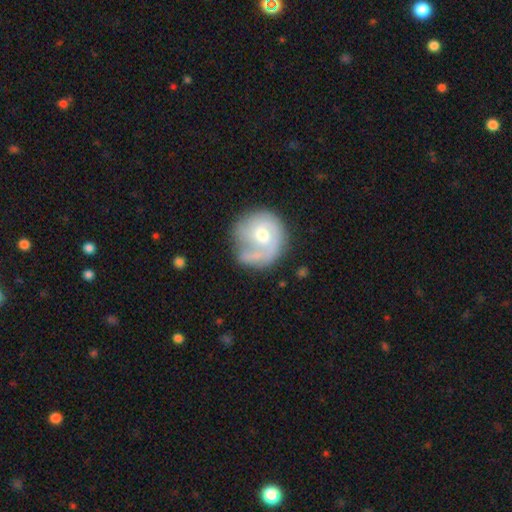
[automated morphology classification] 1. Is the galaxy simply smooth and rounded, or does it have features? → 69% featured or disk, 25% smooth, 6% star or artifact.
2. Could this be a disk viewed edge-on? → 98% no, 2% yes.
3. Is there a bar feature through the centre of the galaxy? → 69% no, 27% weak, 4% strong.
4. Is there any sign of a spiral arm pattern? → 84% yes, 16% no.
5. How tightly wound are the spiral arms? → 49% tight, 34% medium, 17% loose.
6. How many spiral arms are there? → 37% 1, 28% 2, 21% can't tell, 9% 3, 3% 4, 3% more than 4.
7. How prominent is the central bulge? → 66% moderate, 27% small, 4% large, 2% none, 1% dominant.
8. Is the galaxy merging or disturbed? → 50% none, 23% minor disturbance, 17% major disturbance, 10% merger.